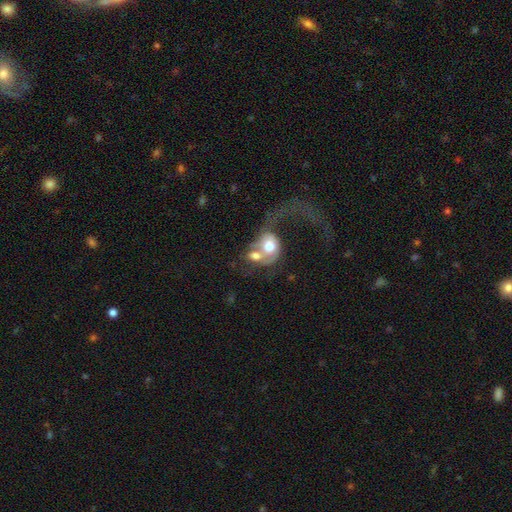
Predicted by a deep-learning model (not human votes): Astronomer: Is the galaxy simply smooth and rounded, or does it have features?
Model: featured or disk — 52% (runner-up: smooth, 38%).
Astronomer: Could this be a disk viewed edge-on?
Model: no — 96%.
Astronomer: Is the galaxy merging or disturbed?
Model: merger — 60%.